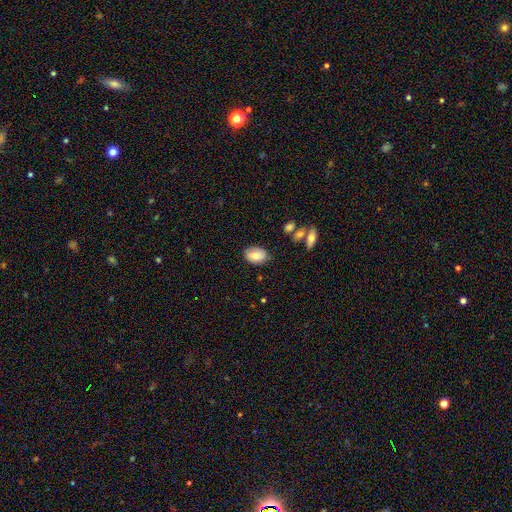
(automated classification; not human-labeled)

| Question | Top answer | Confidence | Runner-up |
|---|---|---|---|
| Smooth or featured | smooth | 74% | featured or disk (18%) |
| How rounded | in between | 84% | round (15%) |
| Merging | none | 79% | minor disturbance (15%) |